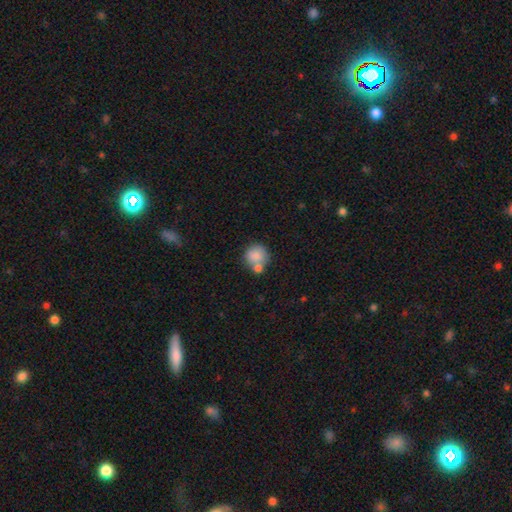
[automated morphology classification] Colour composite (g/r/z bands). It shows a smooth galaxy with no disk features (82%) that is round (91%). Merging: none (56%).